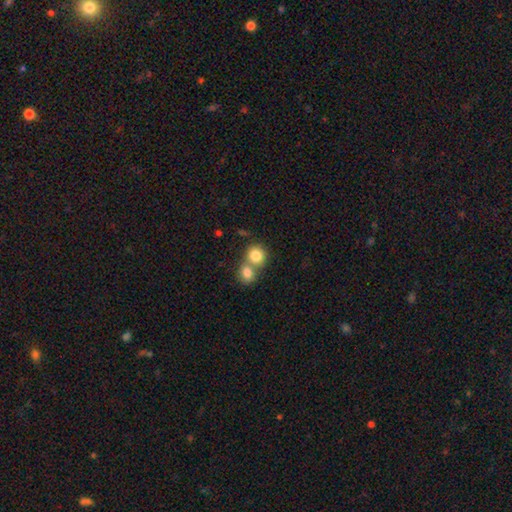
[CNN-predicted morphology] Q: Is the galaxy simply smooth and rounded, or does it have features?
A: smooth — 82%.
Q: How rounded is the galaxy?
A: round — 84%.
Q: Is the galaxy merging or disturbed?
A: merger — 54%.